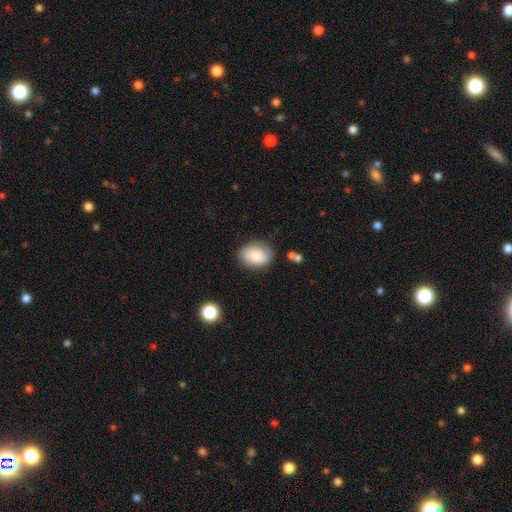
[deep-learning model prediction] This is clearly a smooth galaxy (82%). How rounded: likely in between (71%). Merging: likely none (78%).